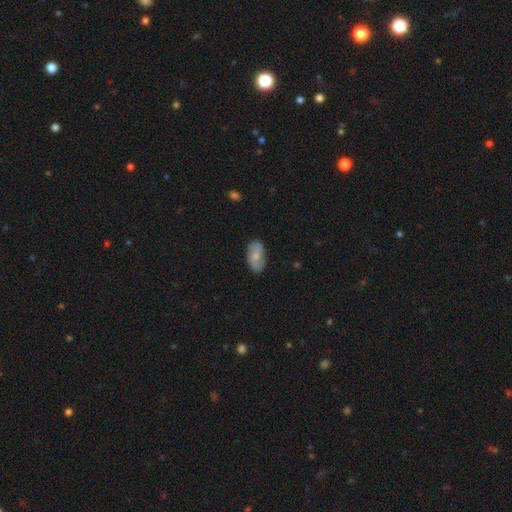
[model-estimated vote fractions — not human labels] Smooth or featured: smooth — 65% (featured or disk — 29%)
How rounded: in between — 93% (round — 4%)
Merging: none — 82% (minor disturbance — 14%)